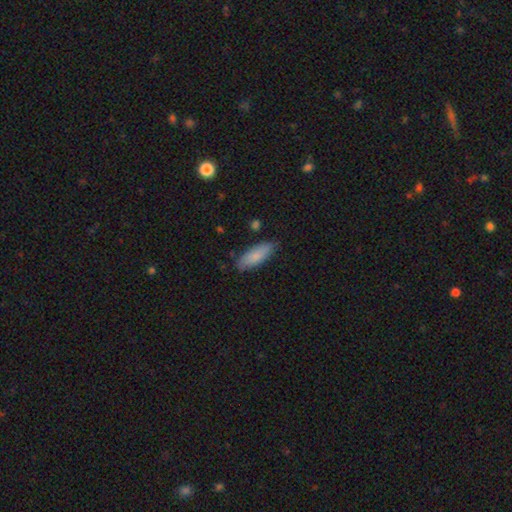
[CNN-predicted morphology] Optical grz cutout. It shows a smooth galaxy with no disk features (83%) that is in between round and cigar-shaped (67%). Merging: none (83%).